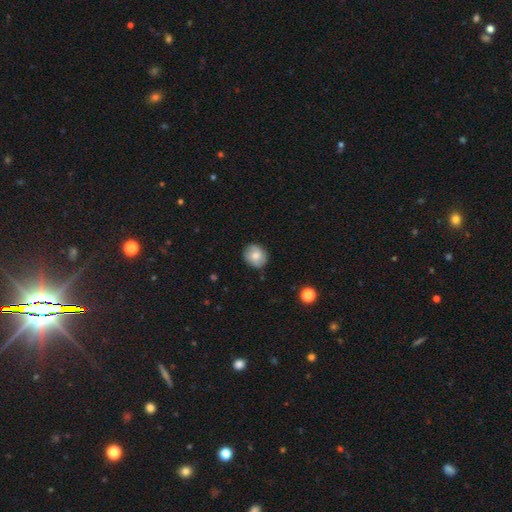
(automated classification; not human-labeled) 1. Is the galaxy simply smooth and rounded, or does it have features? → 70% smooth, 22% featured or disk, 8% star or artifact.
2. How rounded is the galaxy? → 69% round, 30% in between, 1% cigar-shaped.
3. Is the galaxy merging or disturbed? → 82% none, 14% minor disturbance, 2% major disturbance, 1% merger.